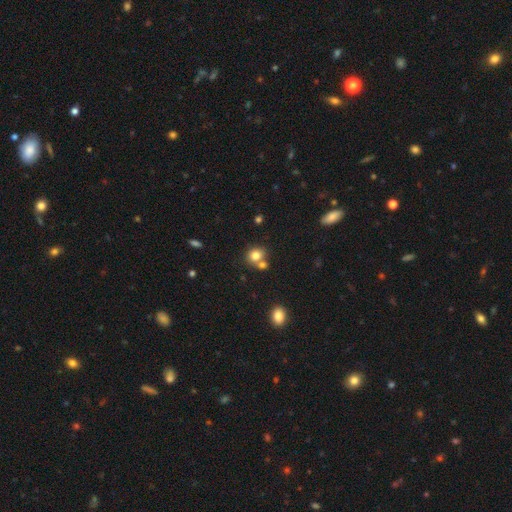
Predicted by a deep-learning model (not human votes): smooth_or_featured: smooth (p=0.80) [alt: star or artifact p=0.11]
how_rounded: round (p=0.71) [alt: in between p=0.28]
merging: none (p=0.54) [alt: merger p=0.33]